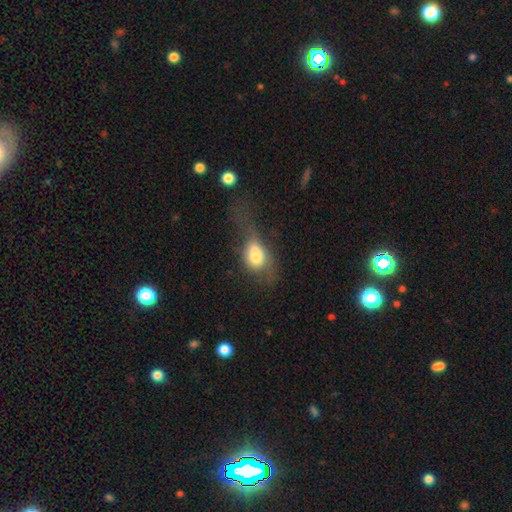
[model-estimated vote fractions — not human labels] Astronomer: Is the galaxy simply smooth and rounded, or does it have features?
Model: smooth — 68%.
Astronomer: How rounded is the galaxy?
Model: in between — 73%.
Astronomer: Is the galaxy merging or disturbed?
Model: major disturbance — 46% (runner-up: minor disturbance, 22%).